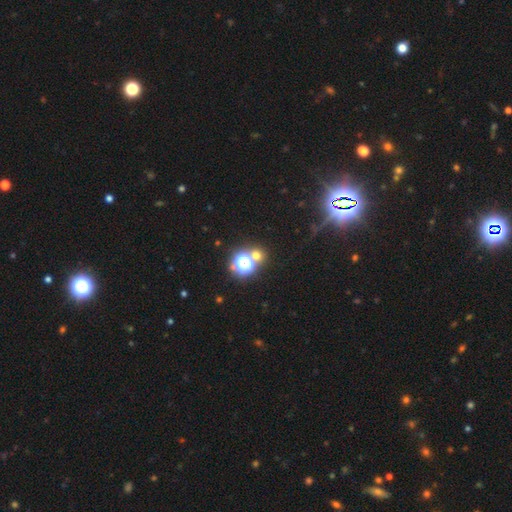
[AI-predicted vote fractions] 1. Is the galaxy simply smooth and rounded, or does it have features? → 50% smooth, 42% star or artifact, 8% featured or disk.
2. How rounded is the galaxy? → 85% round, 13% in between, 1% cigar-shaped.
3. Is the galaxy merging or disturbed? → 68% none, 20% merger, 7% minor disturbance, 4% major disturbance.